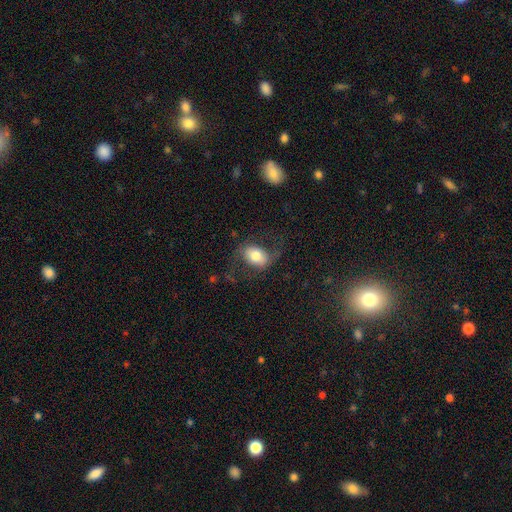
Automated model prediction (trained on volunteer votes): This appears to be a smooth galaxy with no disk features (60%) that is in between round and cigar-shaped (81%). Merging: none (61%).